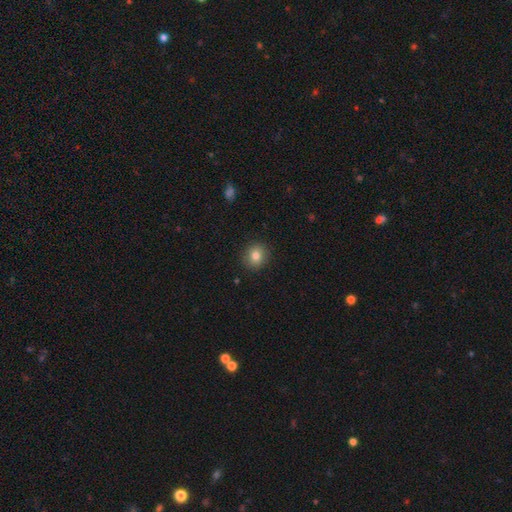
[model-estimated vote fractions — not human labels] Smooth or featured?
  - smooth: 81% *
  - star or artifact: 11%
  - featured or disk: 8%
How rounded?
  - round: 80% *
  - in between: 19%
  - cigar-shaped: 1%
Merging?
  - none: 90% *
  - minor disturbance: 7%
  - major disturbance: 2%
  - merger: 1%